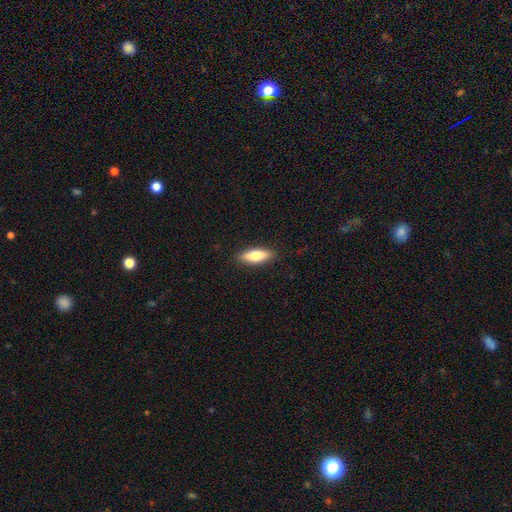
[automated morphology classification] Smooth or featured? Predicted: smooth (p=0.75). How rounded? Predicted: in between (p=0.55). Merging? Predicted: none (p=0.89).